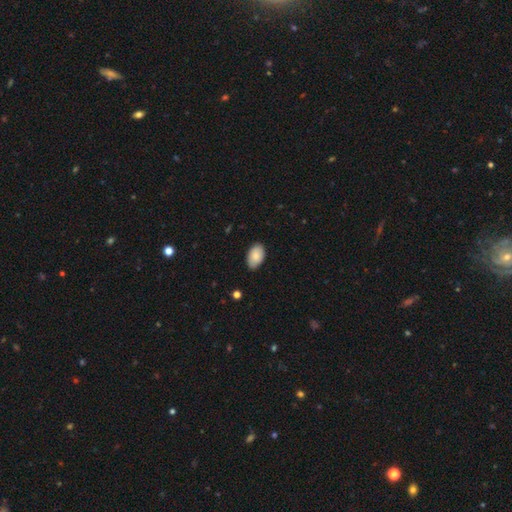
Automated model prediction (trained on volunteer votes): Q: Smooth or featured?
A: smooth (85%); runner-up: featured or disk (8%)
Q: How rounded?
A: in between (93%); runner-up: round (6%)
Q: Merging?
A: none (83%); runner-up: minor disturbance (14%)